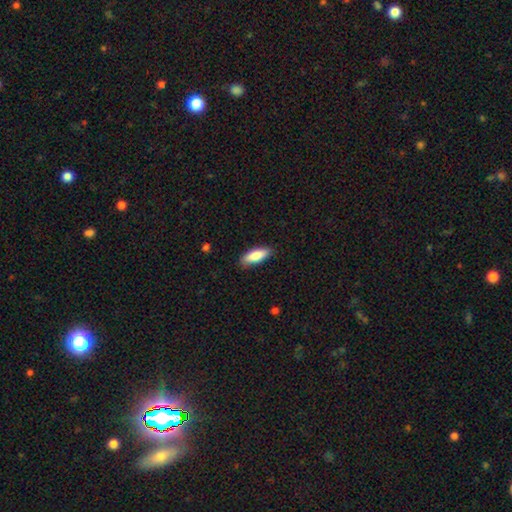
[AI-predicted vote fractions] A smooth galaxy with no disk features (84%) that is in between round and cigar-shaped (66%).

Vote fractions:
- Smooth or featured? smooth: 84% / featured or disk: 10% / star or artifact: 6%
- How rounded? in between: 66% / cigar-shaped: 32% / round: 2%
- Merging? none: 86% / minor disturbance: 11% / major disturbance: 2% / merger: 1%